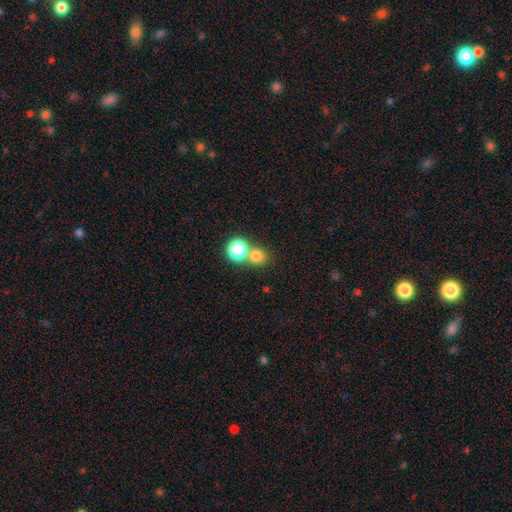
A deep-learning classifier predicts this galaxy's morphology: Smooth or featured? smooth (77%)
How rounded? round (85%)
Merging? none (48%)